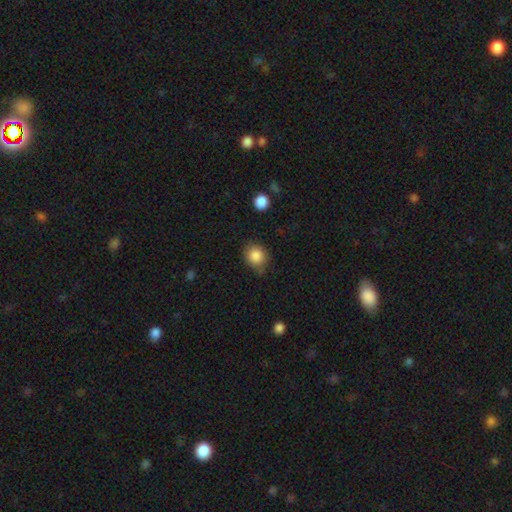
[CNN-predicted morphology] smooth_or_featured: smooth (p=0.86) [alt: star or artifact p=0.09]
how_rounded: round (p=0.77) [alt: in between p=0.22]
merging: none (p=0.73) [alt: minor disturbance p=0.21]